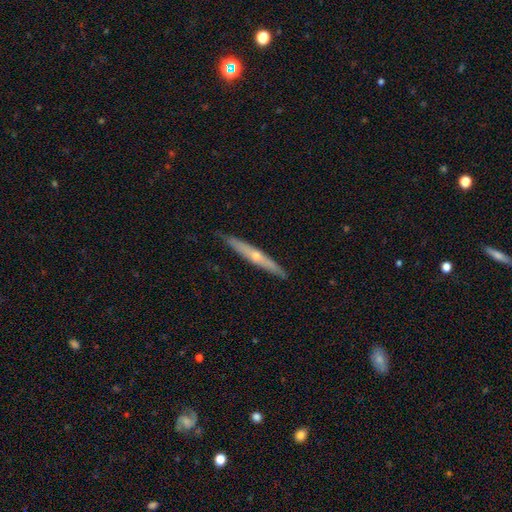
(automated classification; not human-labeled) Q: Smooth or featured?
A: featured or disk (62%); runner-up: smooth (32%)
Q: Edge-on disk?
A: yes (94%); runner-up: no (6%)
Q: Edge-on bulge?
A: rounded (74%); runner-up: none (24%)
Q: Merging?
A: none (88%); runner-up: minor disturbance (9%)